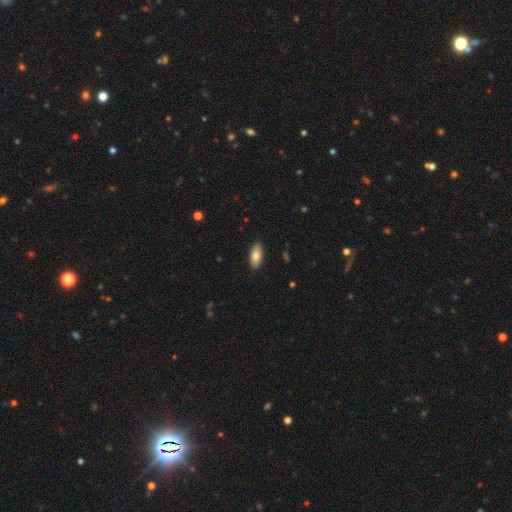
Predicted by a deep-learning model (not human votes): smooth_or_featured: smooth (p=0.79) [alt: featured or disk p=0.14]
how_rounded: in between (p=0.89) [alt: cigar-shaped p=0.09]
merging: none (p=0.89) [alt: minor disturbance p=0.08]